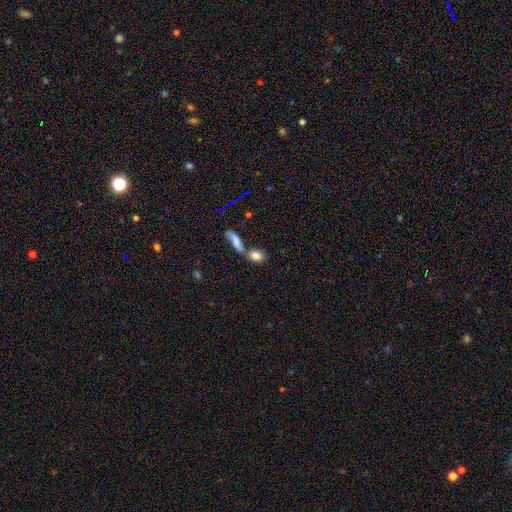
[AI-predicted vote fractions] smooth_or_featured: smooth (p=0.80) [alt: featured or disk p=0.11]
how_rounded: in between (p=0.67) [alt: round p=0.25]
merging: none (p=0.45) [alt: merger p=0.40]